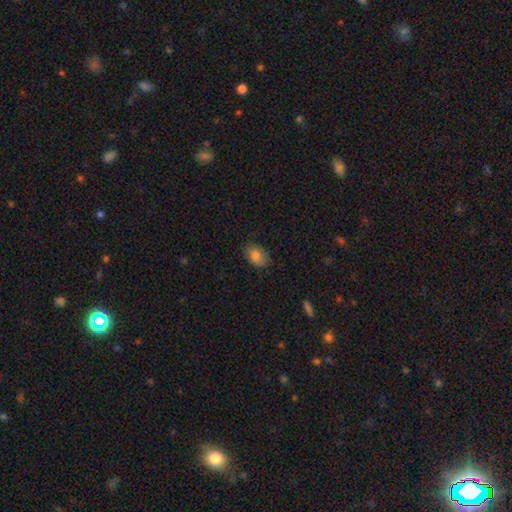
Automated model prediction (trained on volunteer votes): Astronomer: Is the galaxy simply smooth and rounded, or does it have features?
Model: smooth — 83%.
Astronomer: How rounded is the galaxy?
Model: in between — 86%.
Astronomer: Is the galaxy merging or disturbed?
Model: none — 76%.